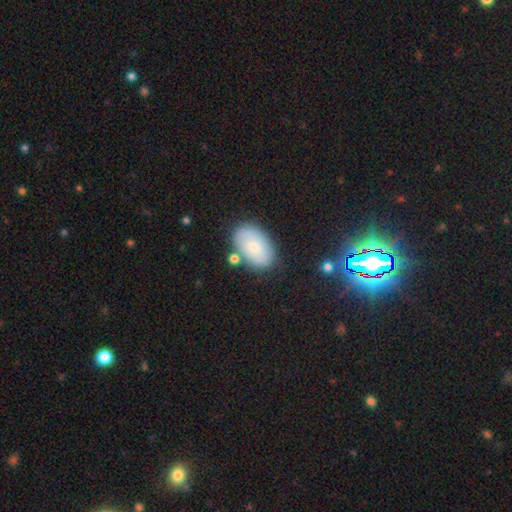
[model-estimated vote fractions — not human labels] Smooth or featured?
  - smooth: 73% *
  - featured or disk: 21%
  - star or artifact: 7%
How rounded?
  - in between: 91% *
  - round: 7%
  - cigar-shaped: 1%
Merging?
  - none: 74% *
  - minor disturbance: 15%
  - merger: 7%
  - major disturbance: 4%